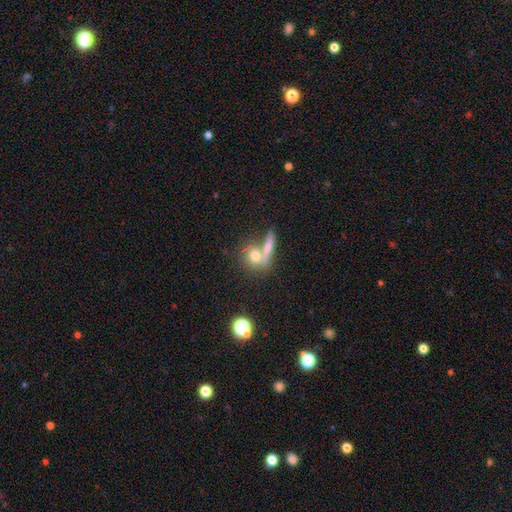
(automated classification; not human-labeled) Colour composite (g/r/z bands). It shows a smooth galaxy with no disk features (64%) that is round (63%). Merging: none (44%).